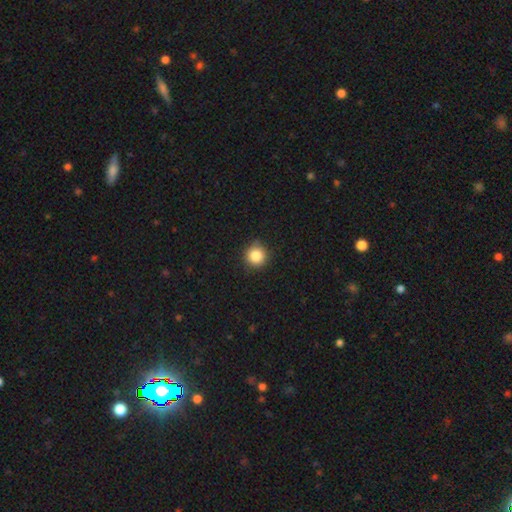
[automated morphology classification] This is clearly a smooth galaxy (84%). How rounded: clearly round (94%). Merging: clearly none (87%).